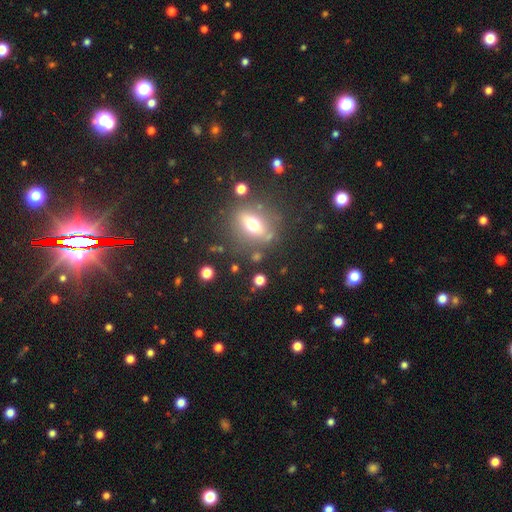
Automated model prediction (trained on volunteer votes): This is possibly a smooth galaxy (46%). Merging: likely none (76%).